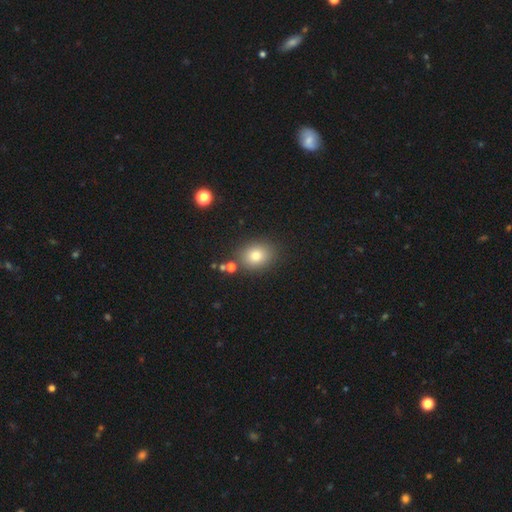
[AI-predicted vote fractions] Smooth or featured?
  - smooth: 78% *
  - star or artifact: 12%
  - featured or disk: 9%
How rounded?
  - round: 55% *
  - in between: 44%
  - cigar-shaped: 1%
Merging?
  - none: 82% *
  - minor disturbance: 10%
  - merger: 6%
  - major disturbance: 3%